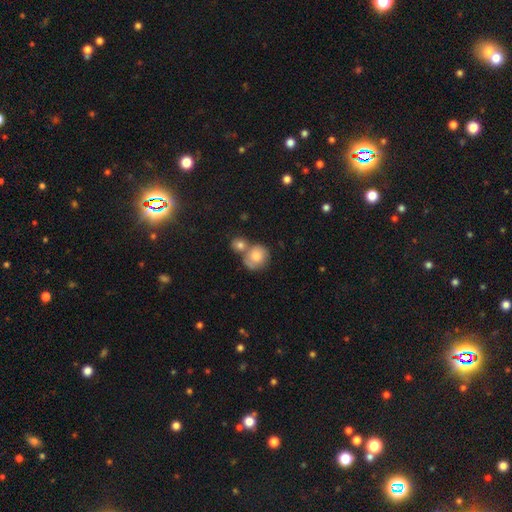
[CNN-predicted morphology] Smooth or featured? smooth (76%)
How rounded? round (77%)
Merging? merger (41%)